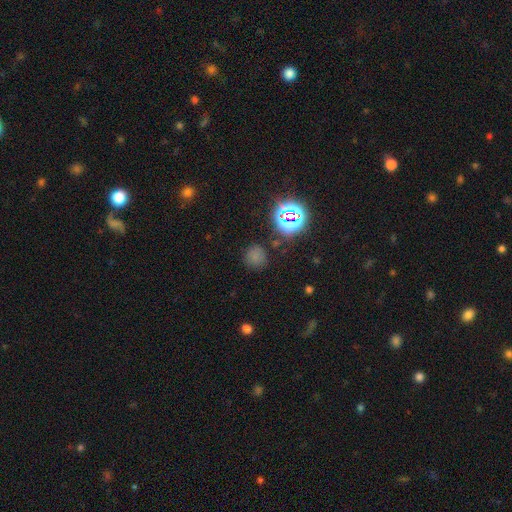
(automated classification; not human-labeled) Smooth or featured? Predicted: smooth (p=0.64). How rounded? Predicted: round (p=0.88). Merging? Predicted: none (p=0.81).